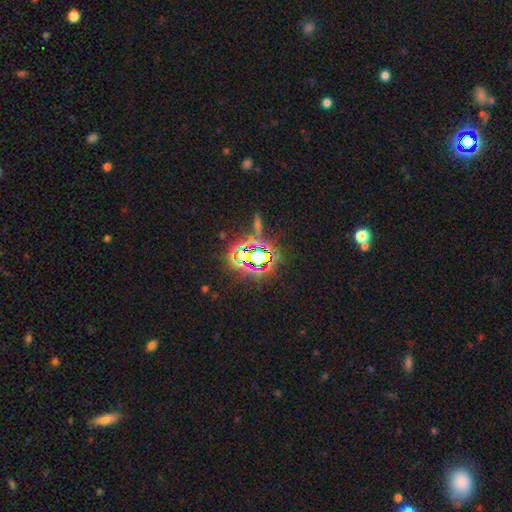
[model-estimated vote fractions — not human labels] A star or artifact, not a galaxy (70%).

Vote fractions:
- Smooth or featured? star or artifact: 70% / smooth: 18% / featured or disk: 12%